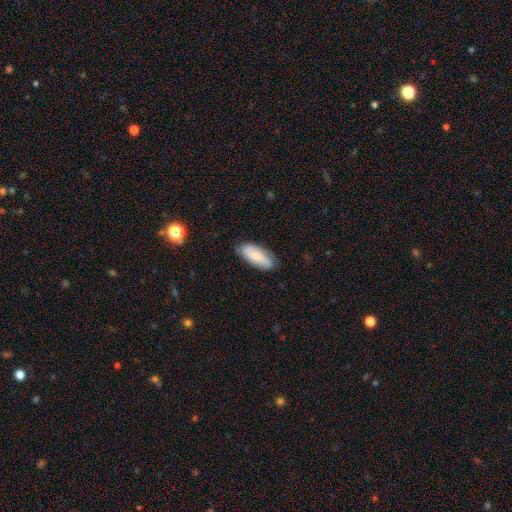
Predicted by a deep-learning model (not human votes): Smooth or featured? Predicted: smooth (p=0.65). How rounded? Predicted: in between (p=0.82). Merging? Predicted: none (p=0.81).